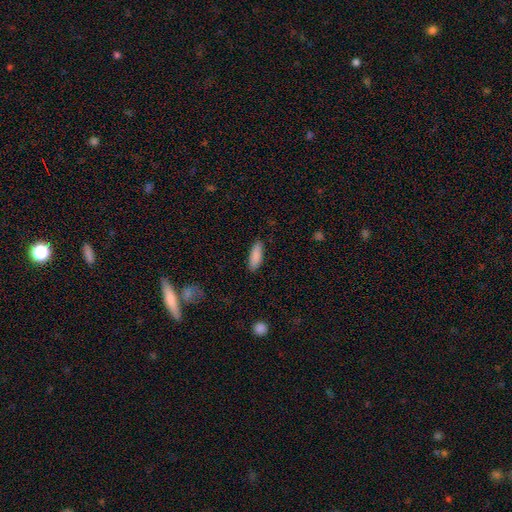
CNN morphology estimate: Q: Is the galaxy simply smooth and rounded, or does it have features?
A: smooth — 88%.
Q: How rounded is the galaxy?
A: in between — 62%.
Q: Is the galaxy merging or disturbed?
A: none — 87%.